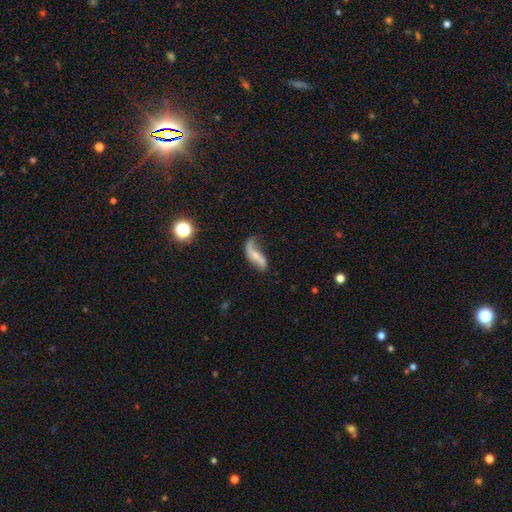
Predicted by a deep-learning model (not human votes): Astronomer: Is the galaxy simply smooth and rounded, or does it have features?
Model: featured or disk — 60%.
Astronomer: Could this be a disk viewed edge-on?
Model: no — 89%.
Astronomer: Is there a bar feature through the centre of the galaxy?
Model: no — 50% (runner-up: weak, 30%).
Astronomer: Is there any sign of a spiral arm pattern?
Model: yes — 83%.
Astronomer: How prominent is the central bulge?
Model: small — 49% (runner-up: moderate, 24%).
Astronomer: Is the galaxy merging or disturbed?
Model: none — 41% (runner-up: minor disturbance, 28%).